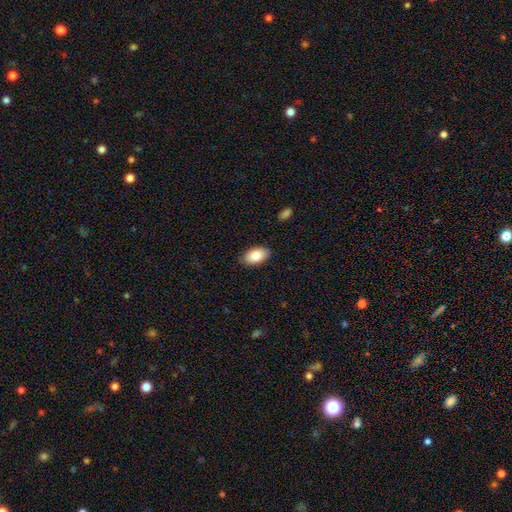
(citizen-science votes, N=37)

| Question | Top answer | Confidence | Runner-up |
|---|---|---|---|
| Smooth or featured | smooth | 81% | featured or disk (14%) |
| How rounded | in between | 90% | round (7%) |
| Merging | none | 83% | minor disturbance (14%) |